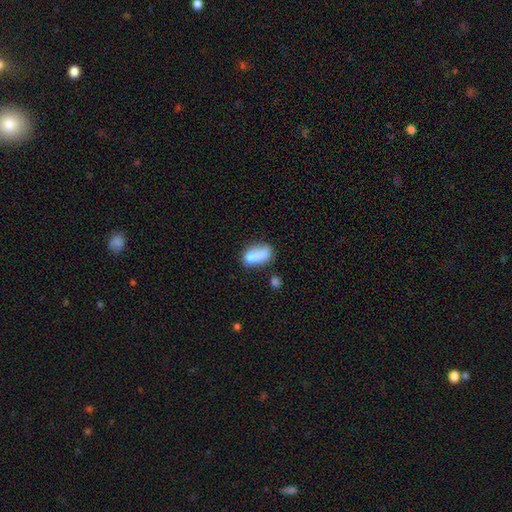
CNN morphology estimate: Overall: smooth (75%). How rounded: in between (87%). Merging: none (35%; merger 29%).